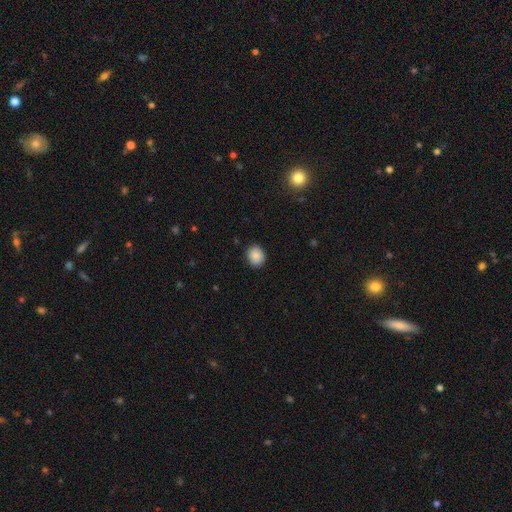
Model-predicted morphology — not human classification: A smooth galaxy with no disk features (86%) that is round (63%). Merging: none (88%).